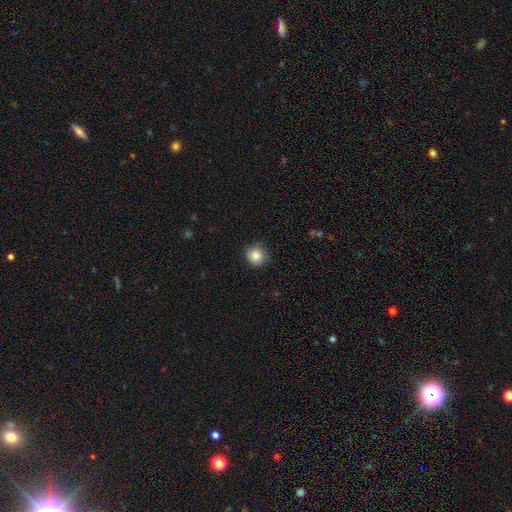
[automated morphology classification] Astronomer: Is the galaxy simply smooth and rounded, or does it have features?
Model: smooth — 85%.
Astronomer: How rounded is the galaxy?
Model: round — 93%.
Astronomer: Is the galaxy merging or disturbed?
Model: none — 85%.